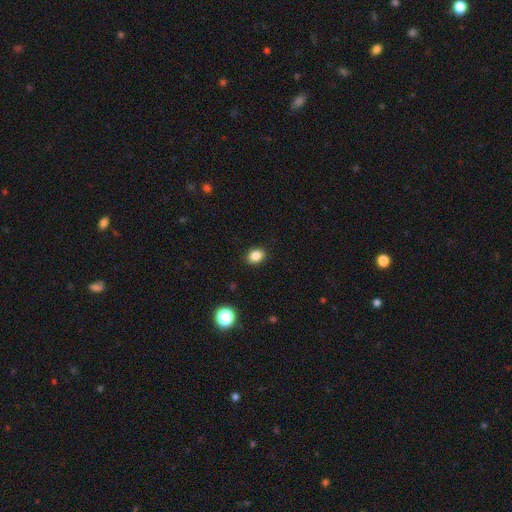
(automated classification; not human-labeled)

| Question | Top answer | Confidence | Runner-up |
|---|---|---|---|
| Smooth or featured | smooth | 85% | star or artifact (11%) |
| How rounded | in between | 59% | round (40%) |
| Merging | none | 90% | minor disturbance (7%) |